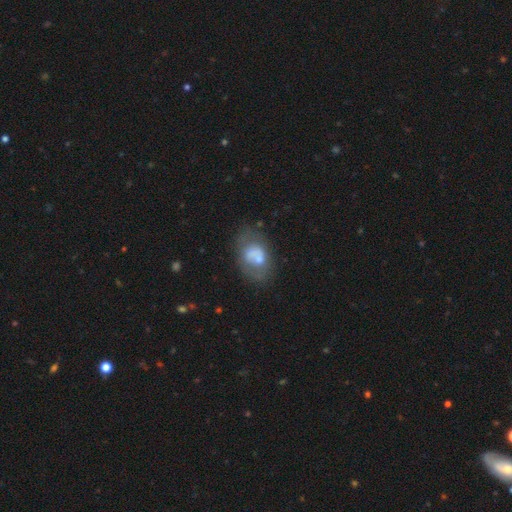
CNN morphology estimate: This appears to be a smooth galaxy with no disk features (54%) that is in between round and cigar-shaped (69%). Merging: none (36%).